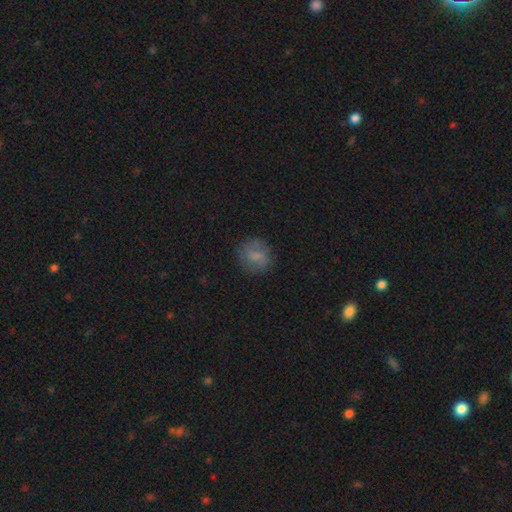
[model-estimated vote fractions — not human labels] smooth-or-featured: smooth: 68% | featured or disk: 22% | star or artifact: 10%
  how-rounded: round: 81% | in between: 18% | cigar-shaped: 1%
  merging: none: 79% | minor disturbance: 14% | major disturbance: 5% | merger: 1%